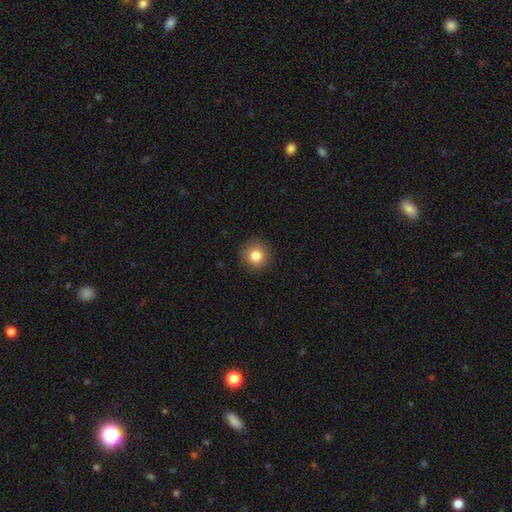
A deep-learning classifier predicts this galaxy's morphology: This is clearly a smooth galaxy (82%). How rounded: clearly round (93%). Merging: clearly none (91%).